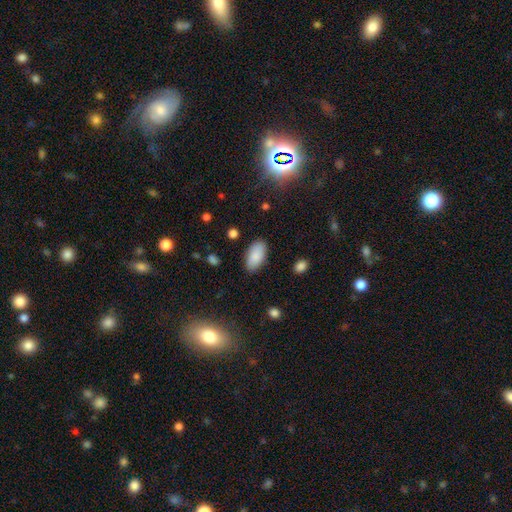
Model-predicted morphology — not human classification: This is clearly a smooth galaxy (86%). How rounded: clearly in between (95%). Merging: clearly none (86%).